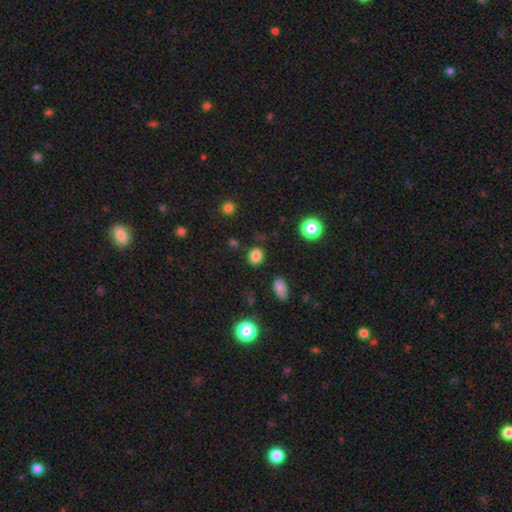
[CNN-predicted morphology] type=smooth (83%); roundness=round (67%); merging=none (84%).